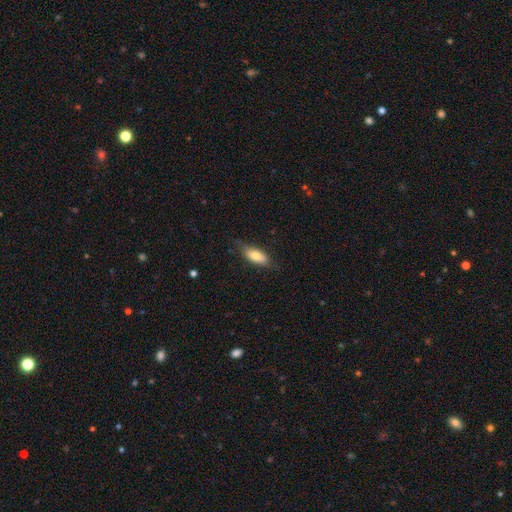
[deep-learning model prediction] smooth_or_featured: smooth (p=0.76) [alt: featured or disk p=0.18]
how_rounded: in between (p=0.77) [alt: cigar-shaped p=0.21]
merging: none (p=0.73) [alt: minor disturbance p=0.21]